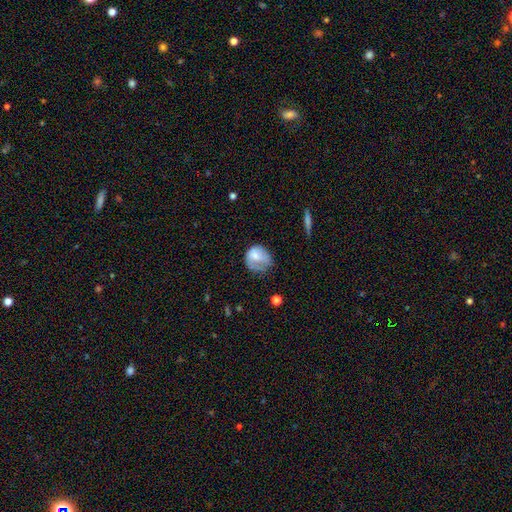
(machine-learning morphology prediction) A smooth galaxy with no disk features (69%) that is round (70%). Merging: none (35%).